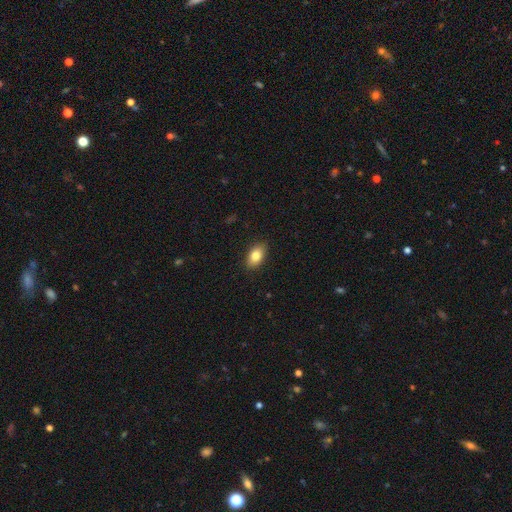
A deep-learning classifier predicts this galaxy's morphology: Smooth or featured?
  - smooth: 83% *
  - featured or disk: 10%
  - star or artifact: 7%
How rounded?
  - in between: 90% *
  - round: 8%
  - cigar-shaped: 3%
Merging?
  - none: 88% *
  - minor disturbance: 9%
  - major disturbance: 2%
  - merger: 1%